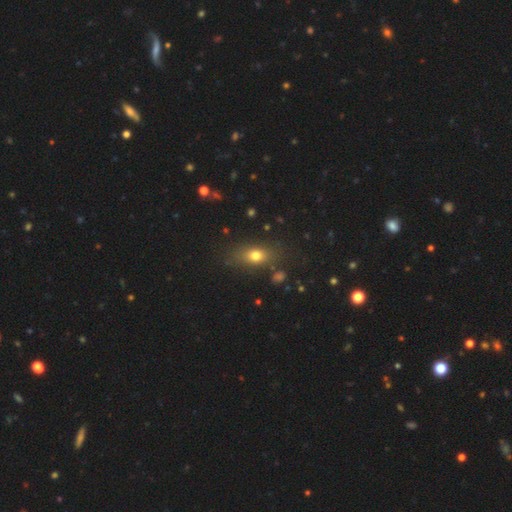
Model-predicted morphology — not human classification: Smooth or featured? smooth (73%)
How rounded? in between (70%)
Merging? none (79%)